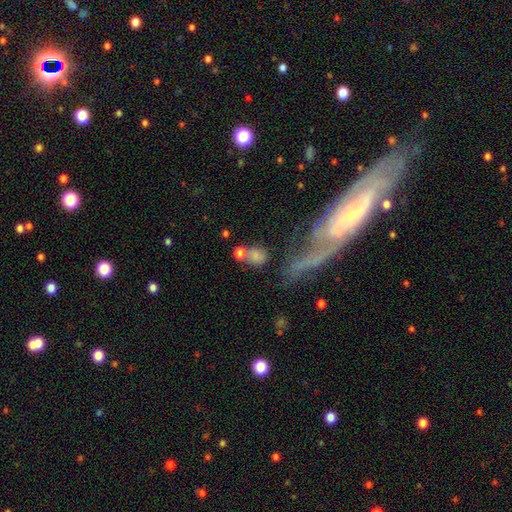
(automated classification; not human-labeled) This is likely a smooth galaxy (73%). How rounded: likely round (69%). Merging: possibly none (47%).